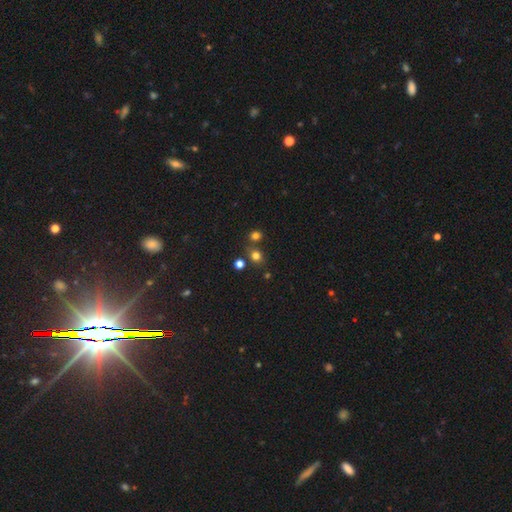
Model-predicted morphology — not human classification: The model was most divided on "how rounded": round: 74%, in between: 25%, cigar-shaped: 1%. More confident: smooth or featured — smooth (73%); merging — none (70%).